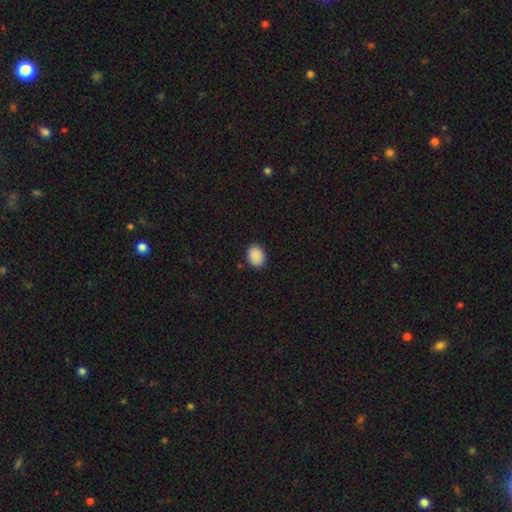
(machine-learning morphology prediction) Smooth or featured? smooth (90%)
How rounded? in between (54%)
Merging? none (88%)